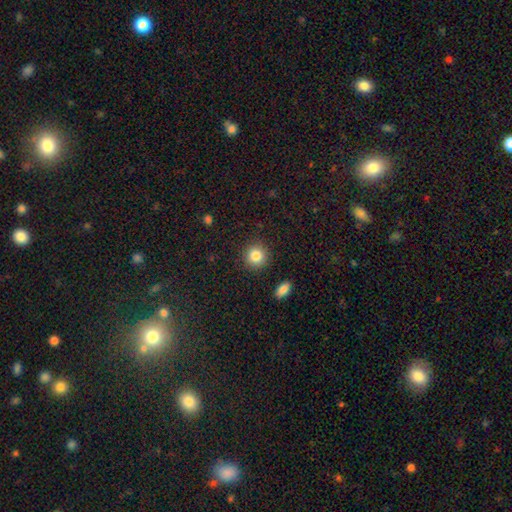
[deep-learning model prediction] smooth 85%, star or artifact 9%, featured or disk 6%. Down the decision tree: how rounded — round (92%); merging — none (90%).